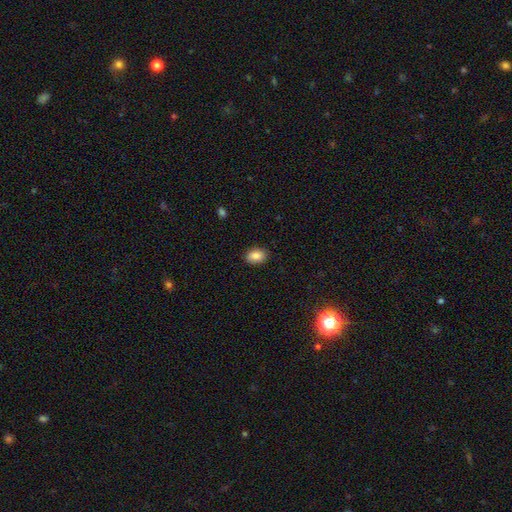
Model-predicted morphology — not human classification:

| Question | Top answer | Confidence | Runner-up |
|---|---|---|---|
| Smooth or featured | smooth | 87% | star or artifact (8%) |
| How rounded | in between | 80% | round (19%) |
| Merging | none | 89% | minor disturbance (8%) |